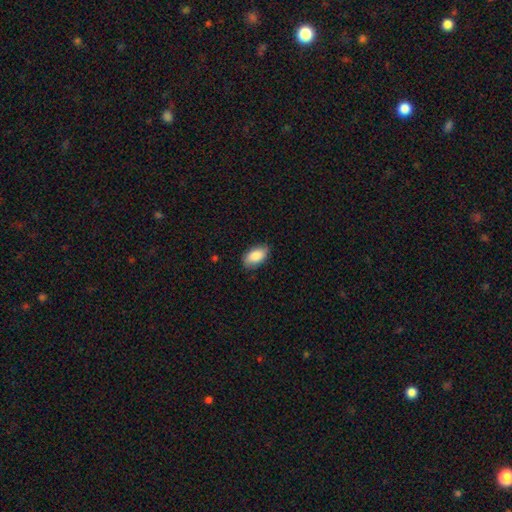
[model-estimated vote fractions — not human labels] This is clearly a smooth galaxy (87%). How rounded: clearly in between (94%). Merging: clearly none (82%).